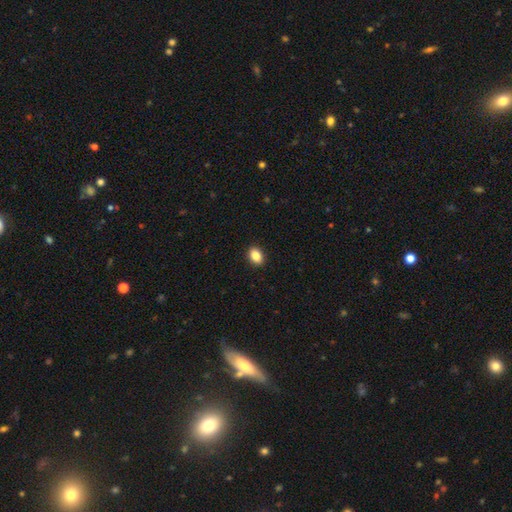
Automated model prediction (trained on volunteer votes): Morphology: type=smooth (86%); roundness=in between (77%); merging=none (91%).